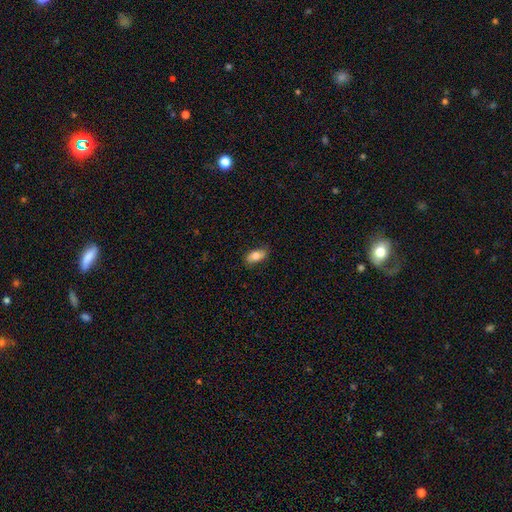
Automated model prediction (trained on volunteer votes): This is likely a smooth galaxy (75%). How rounded: clearly in between (89%). Merging: clearly none (81%).